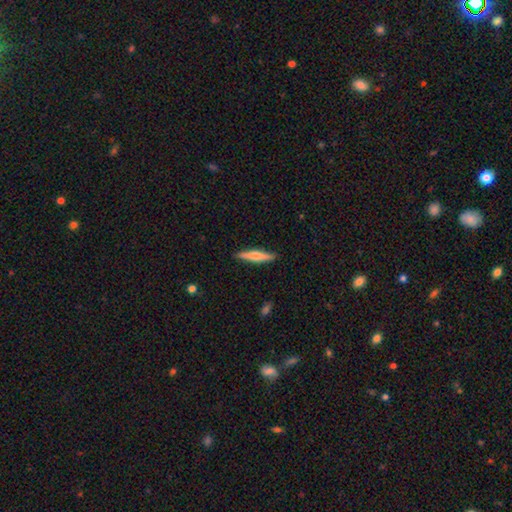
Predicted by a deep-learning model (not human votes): Smooth or featured? Predicted: smooth (p=0.52). How rounded? Predicted: cigar-shaped (p=0.87). Merging? Predicted: none (p=0.89).